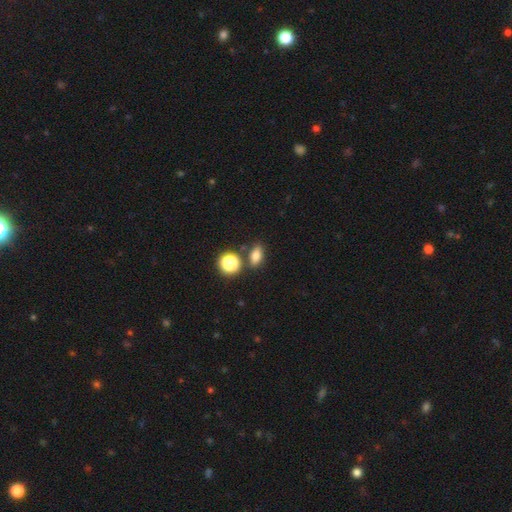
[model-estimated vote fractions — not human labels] smooth_or_featured: smooth (p=0.76) [alt: star or artifact p=0.16]
how_rounded: in between (p=0.73) [alt: round p=0.19]
merging: none (p=0.77) [alt: minor disturbance p=0.11]